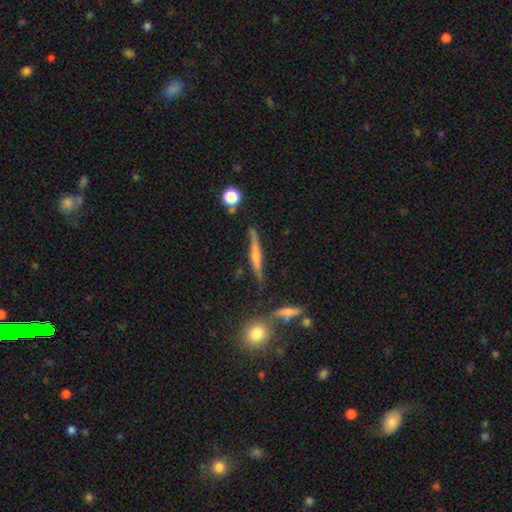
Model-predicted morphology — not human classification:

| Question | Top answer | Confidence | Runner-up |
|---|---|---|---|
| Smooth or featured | featured or disk | 74% | smooth (16%) |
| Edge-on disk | yes | 96% | no (4%) |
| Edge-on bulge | rounded | 78% | none (13%) |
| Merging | none | 82% | minor disturbance (10%) |